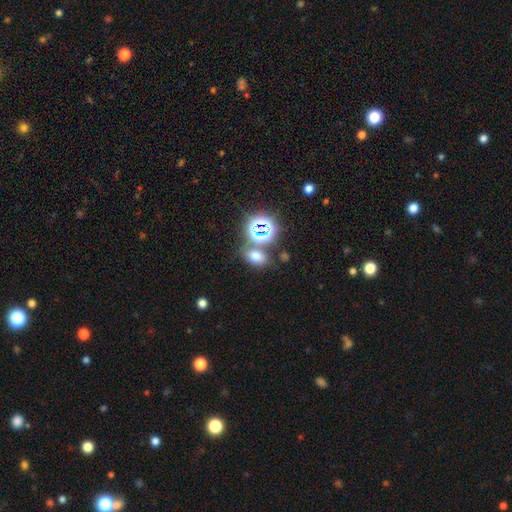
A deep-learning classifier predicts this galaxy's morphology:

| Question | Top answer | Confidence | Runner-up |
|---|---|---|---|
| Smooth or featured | smooth | 62% | star or artifact (29%) |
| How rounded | in between | 73% | round (25%) |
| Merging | none | 68% | merger (17%) |